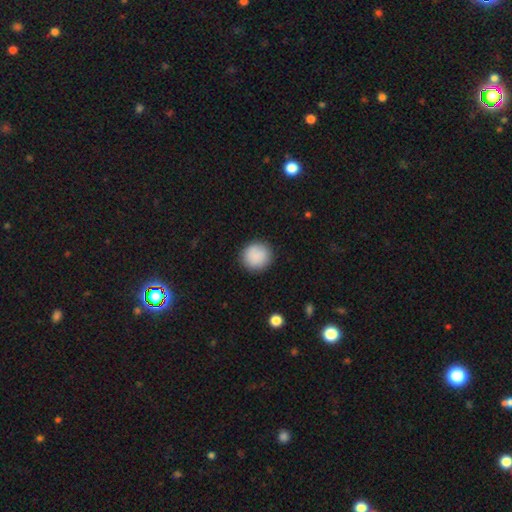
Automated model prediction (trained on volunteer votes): Overall: smooth (89%). How rounded: round (93%). Merging: none (90%).